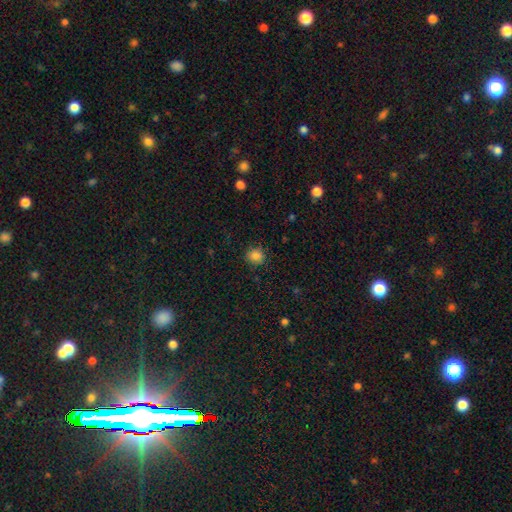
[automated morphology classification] Overall: smooth (83%). How rounded: round (84%). Merging: none (84%).